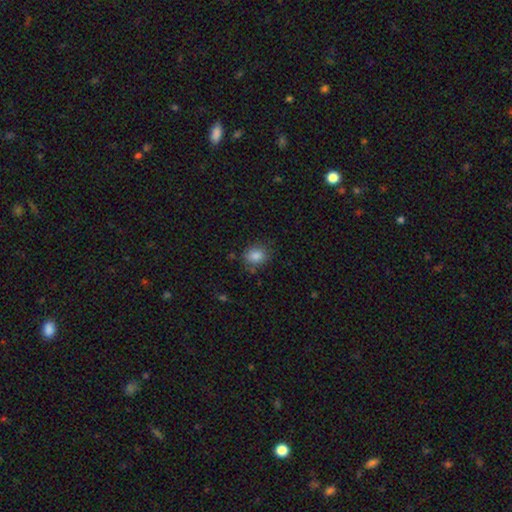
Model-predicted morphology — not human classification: Smooth or featured? Predicted: smooth (p=0.86). How rounded? Predicted: round (p=0.55). Merging? Predicted: none (p=0.78).